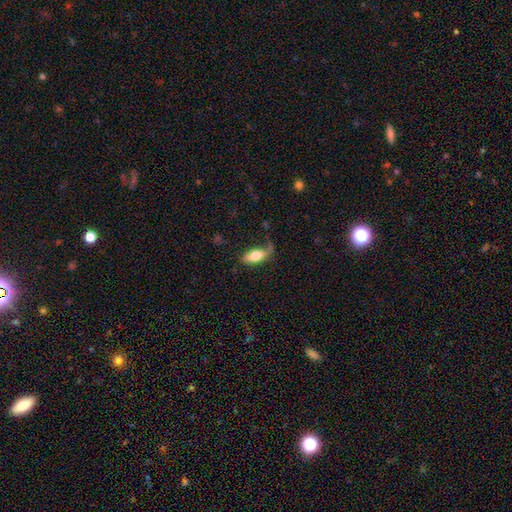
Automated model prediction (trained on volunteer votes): smooth-or-featured: smooth: 70% | featured or disk: 24% | star or artifact: 7%
  how-rounded: in between: 80% | cigar-shaped: 17% | round: 3%
  merging: none: 51% | minor disturbance: 29% | major disturbance: 16% | merger: 4%